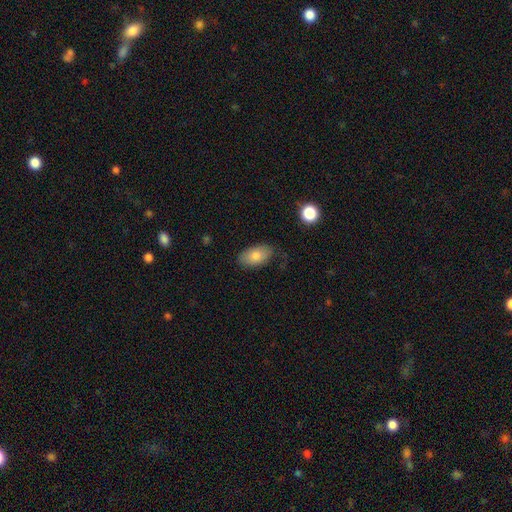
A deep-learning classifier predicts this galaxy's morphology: smooth_or_featured: smooth (p=0.79) [alt: featured or disk p=0.13]
how_rounded: in between (p=0.93) [alt: round p=0.06]
merging: none (p=0.74) [alt: minor disturbance p=0.19]